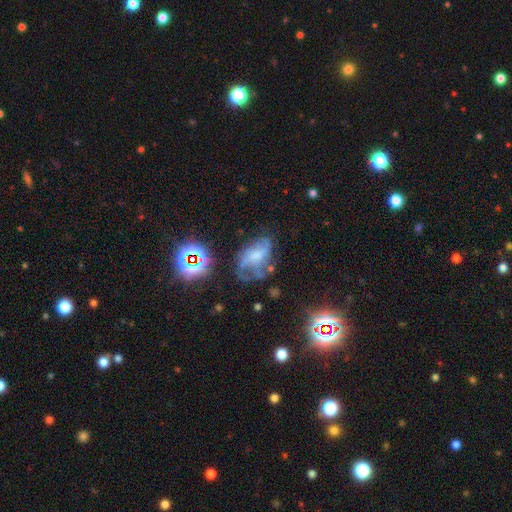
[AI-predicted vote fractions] A featured or disk galaxy (57%) with no bar (60%), spiral arms (68%) and a small central bulge (34%).

Vote fractions:
- Smooth or featured? featured or disk: 57% / smooth: 26% / star or artifact: 17%
- Edge-on disk? no: 96% / yes: 4%
- Bar? no: 60% / weak: 32% / strong: 9%
- Spiral arms? yes: 68% / no: 32%
- Bulge size? small: 34% / moderate: 32% / none: 25% / large: 7% / dominant: 2%
- Merging? none: 39% / major disturbance: 31% / minor disturbance: 24% / merger: 6%